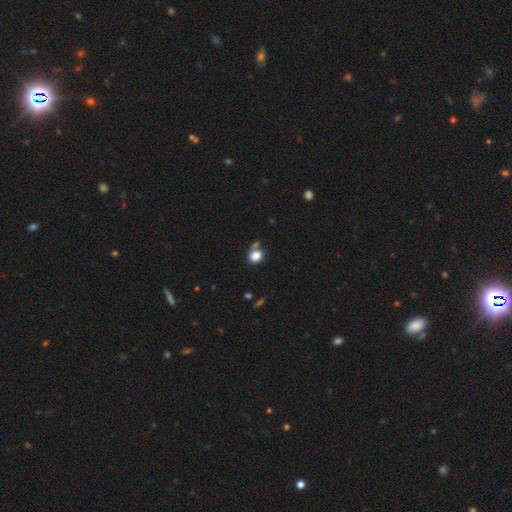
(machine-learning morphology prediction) smooth_or_featured: smooth (p=0.84) [alt: star or artifact p=0.11]
how_rounded: round (p=0.68) [alt: in between p=0.31]
merging: none (p=0.63) [alt: merger p=0.18]